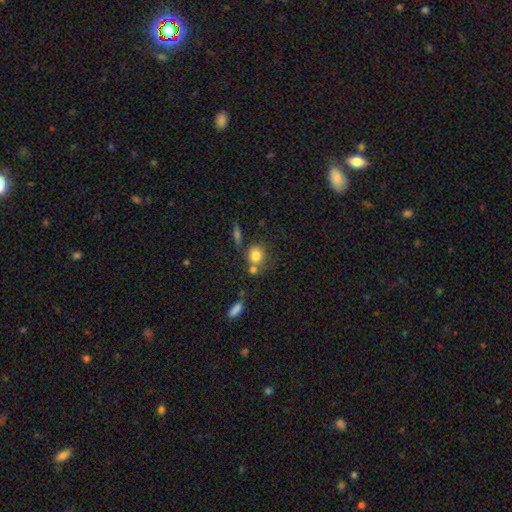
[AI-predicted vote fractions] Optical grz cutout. It shows a smooth galaxy with no disk features (80%) that is round (77%). Merging: none (55%).